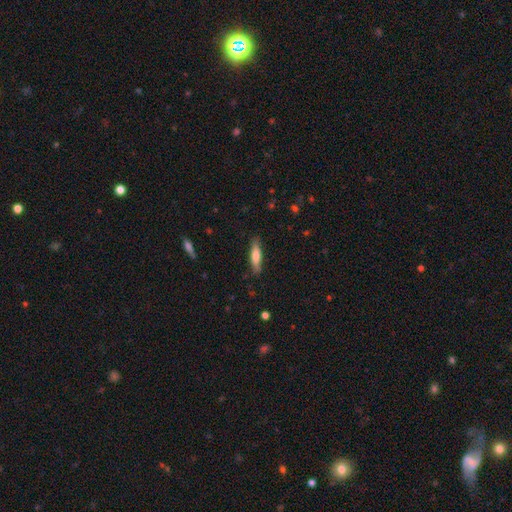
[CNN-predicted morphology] Smooth or featured? smooth (67%)
How rounded? cigar-shaped (77%)
Merging? none (86%)